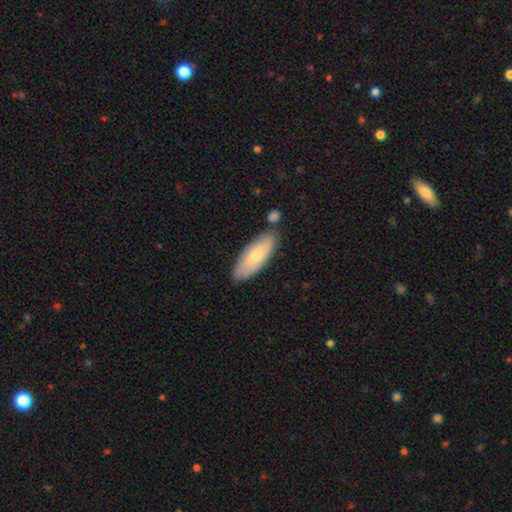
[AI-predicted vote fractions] The model was most divided on "smooth or featured": smooth: 67%, featured or disk: 28%, star or artifact: 5%. More confident: merging — none (73%); how rounded — in between (71%).